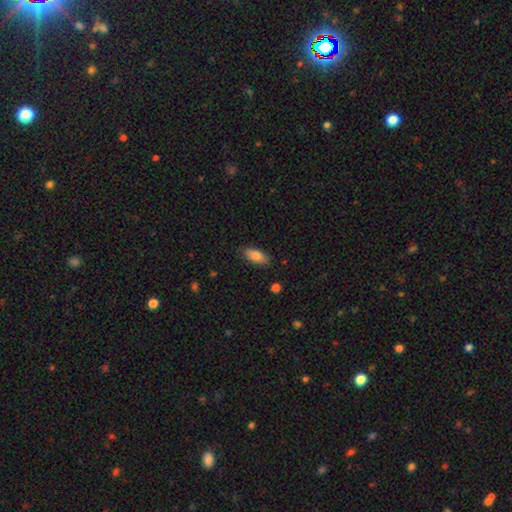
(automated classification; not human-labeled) Morphology: type=smooth (83%); roundness=in between (85%); merging=none (86%).